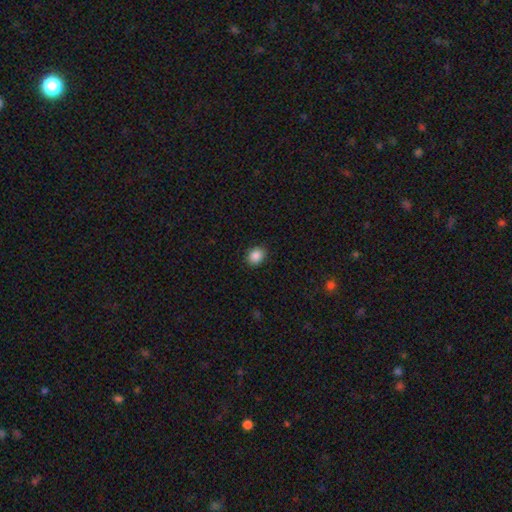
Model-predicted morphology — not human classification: Smooth or featured?
  - smooth: 88% *
  - star or artifact: 9%
  - featured or disk: 3%
How rounded?
  - round: 51% *
  - in between: 48%
  - cigar-shaped: 1%
Merging?
  - none: 89% *
  - minor disturbance: 8%
  - major disturbance: 2%
  - merger: 1%